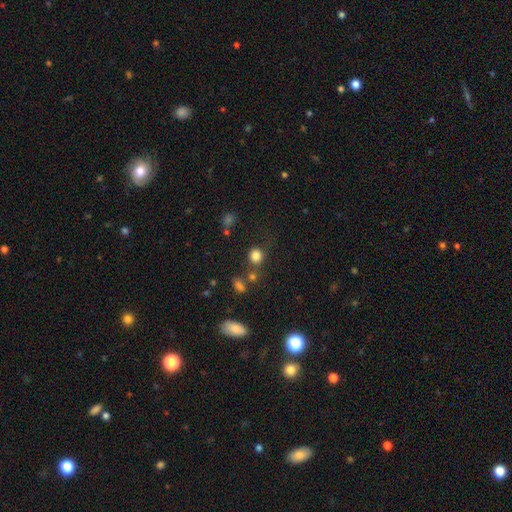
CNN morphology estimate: smooth_or_featured: smooth (p=0.81) [alt: star or artifact p=0.13]
how_rounded: round (p=0.82) [alt: in between p=0.17]
merging: none (p=0.70) [alt: minor disturbance p=0.13]